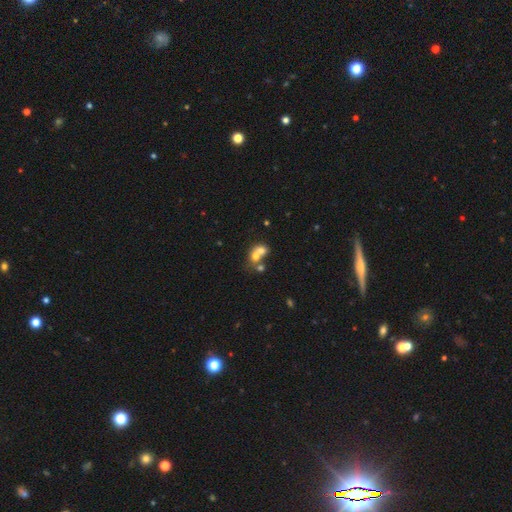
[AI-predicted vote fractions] This is likely a smooth galaxy (63%). How rounded: likely round (64%). Merging: likely merger (67%).